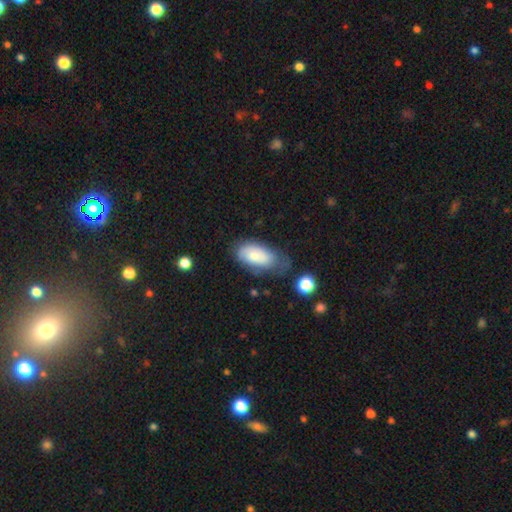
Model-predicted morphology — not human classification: Q: Smooth or featured?
A: smooth (67%); runner-up: featured or disk (26%)
Q: How rounded?
A: in between (92%); runner-up: cigar-shaped (4%)
Q: Merging?
A: none (42%); runner-up: minor disturbance (34%)